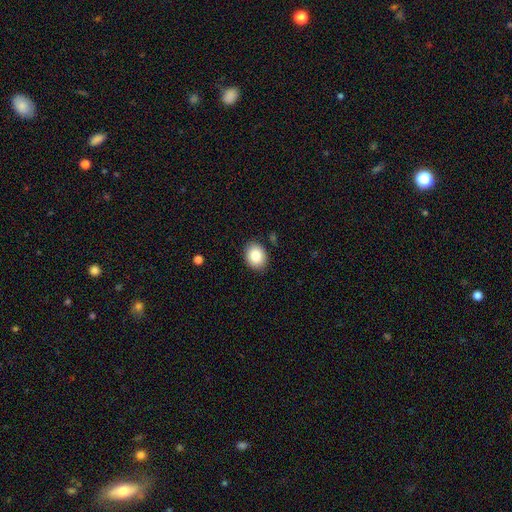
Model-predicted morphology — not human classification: Smooth or featured?
  - smooth: 85% *
  - star or artifact: 8%
  - featured or disk: 7%
How rounded?
  - in between: 58% *
  - round: 41%
  - cigar-shaped: 1%
Merging?
  - none: 87% *
  - minor disturbance: 9%
  - major disturbance: 2%
  - merger: 1%